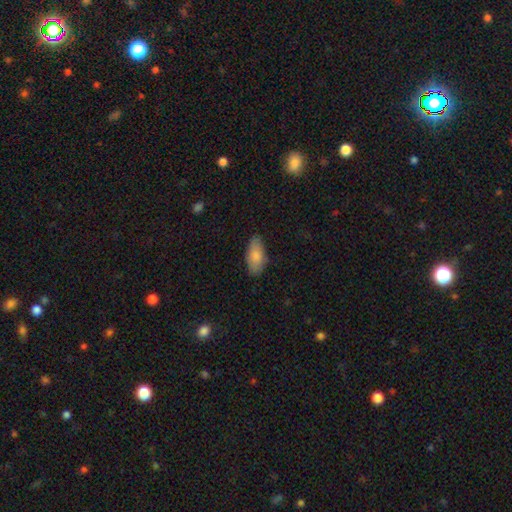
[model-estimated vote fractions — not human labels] Smooth or featured: smooth — 83% (featured or disk — 11%)
How rounded: in between — 90% (cigar-shaped — 7%)
Merging: none — 81% (minor disturbance — 16%)